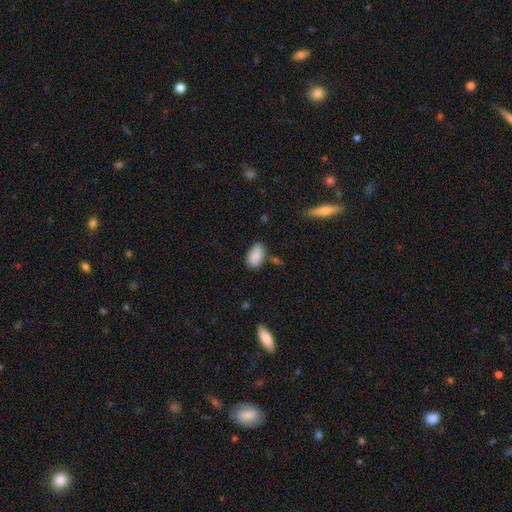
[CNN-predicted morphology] type=smooth (85%); roundness=in between (92%); merging=none (64%).